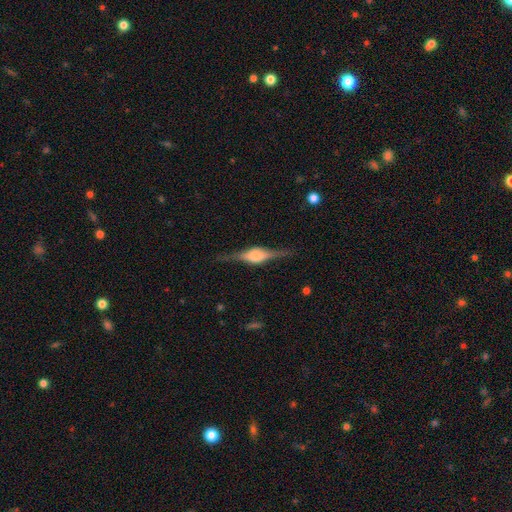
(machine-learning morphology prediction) A featured or disk galaxy (80%) viewed edge-on (97%) with a rounded central bulge (80%).

Vote fractions:
- Smooth or featured? featured or disk: 80% / smooth: 14% / star or artifact: 6%
- Edge-on disk? yes: 97% / no: 3%
- Edge-on bulge? rounded: 80% / boxy: 18% / none: 2%
- Merging? none: 84% / minor disturbance: 11% / major disturbance: 4% / merger: 1%